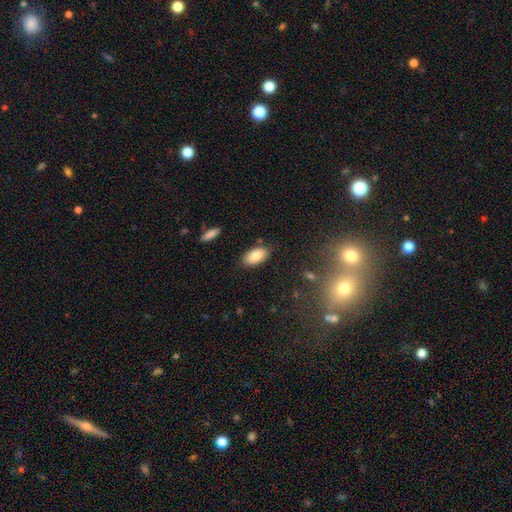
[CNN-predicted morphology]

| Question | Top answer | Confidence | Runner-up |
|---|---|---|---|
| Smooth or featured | smooth | 85% | featured or disk (8%) |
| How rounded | in between | 93% | cigar-shaped (4%) |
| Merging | none | 83% | minor disturbance (12%) |